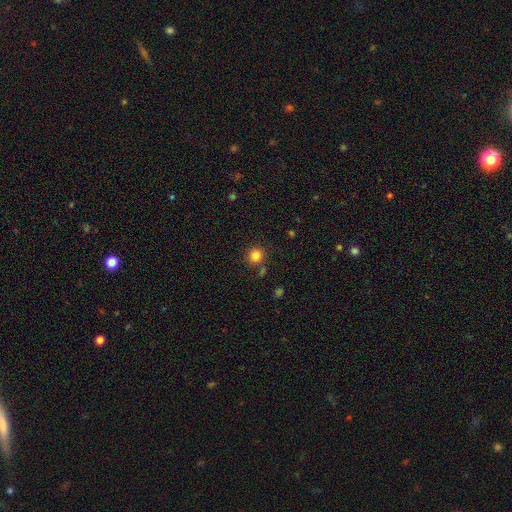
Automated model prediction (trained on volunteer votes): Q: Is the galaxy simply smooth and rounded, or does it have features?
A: smooth — 84%.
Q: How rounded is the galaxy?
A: round — 88%.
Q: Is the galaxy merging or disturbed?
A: none — 82%.